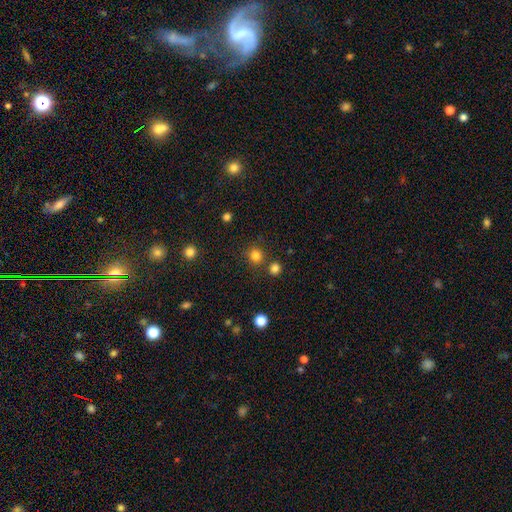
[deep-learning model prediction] Smooth or featured? smooth (81%)
How rounded? round (88%)
Merging? none (79%)